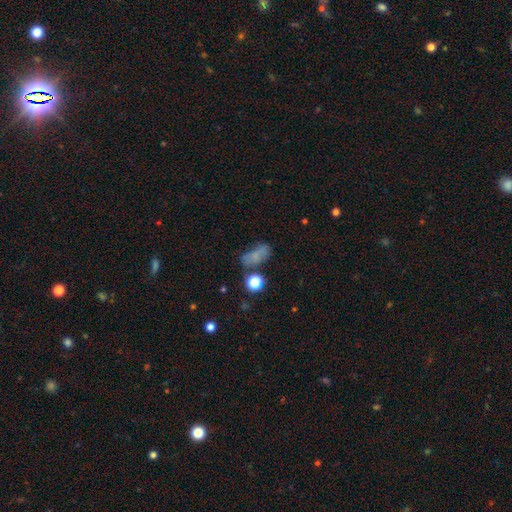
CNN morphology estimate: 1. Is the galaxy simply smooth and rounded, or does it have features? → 67% smooth, 18% star or artifact, 15% featured or disk.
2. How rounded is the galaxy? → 78% in between, 13% round, 9% cigar-shaped.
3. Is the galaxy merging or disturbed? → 47% none, 24% minor disturbance, 16% major disturbance, 13% merger.